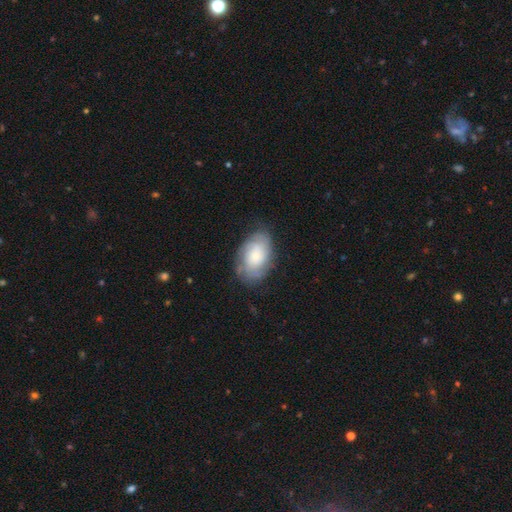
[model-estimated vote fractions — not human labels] A featured or disk galaxy (47%). Merging: none (71%).